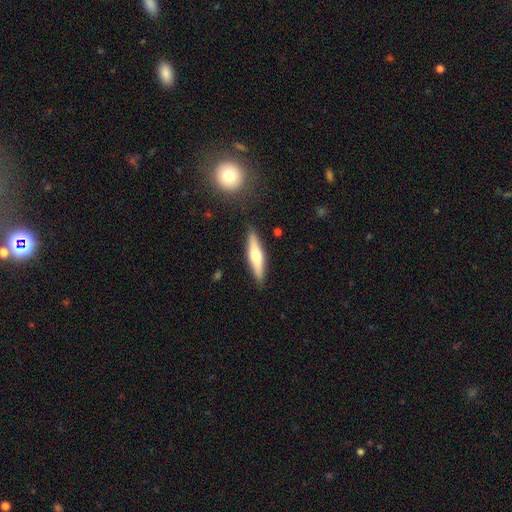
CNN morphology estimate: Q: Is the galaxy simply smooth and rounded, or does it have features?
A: featured or disk — 49%.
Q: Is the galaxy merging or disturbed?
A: none — 88%.